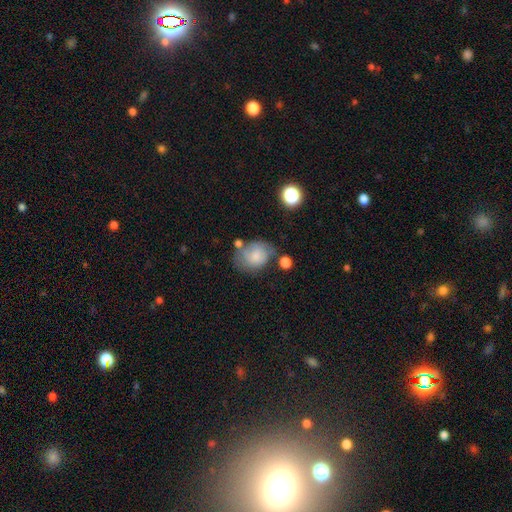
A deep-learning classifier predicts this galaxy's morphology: A smooth galaxy with no disk features (66%) that is in between round and cigar-shaped (56%).

Vote fractions:
- Smooth or featured? smooth: 66% / featured or disk: 25% / star or artifact: 9%
- How rounded? in between: 56% / round: 43% / cigar-shaped: 1%
- Merging? none: 47% / minor disturbance: 28% / major disturbance: 14% / merger: 11%